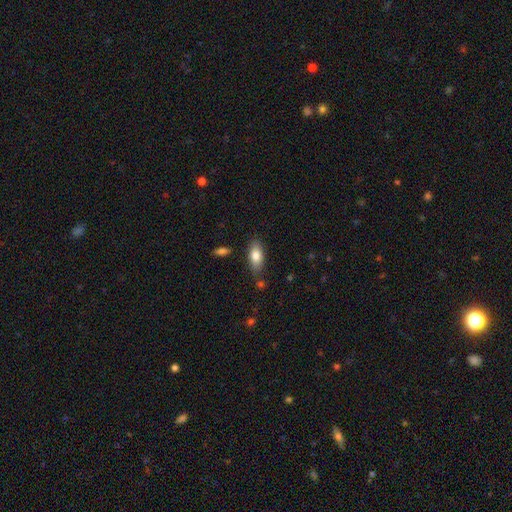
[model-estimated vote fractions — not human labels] Q: Smooth or featured?
A: smooth (80%); runner-up: featured or disk (13%)
Q: How rounded?
A: in between (86%); runner-up: cigar-shaped (11%)
Q: Merging?
A: none (79%); runner-up: minor disturbance (14%)